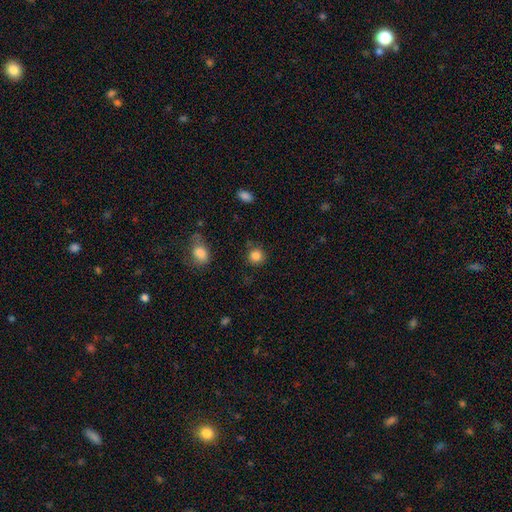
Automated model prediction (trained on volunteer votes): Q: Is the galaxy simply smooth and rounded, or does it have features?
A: smooth — 85%.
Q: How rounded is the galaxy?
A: round — 90%.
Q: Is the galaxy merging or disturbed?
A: none — 84%.